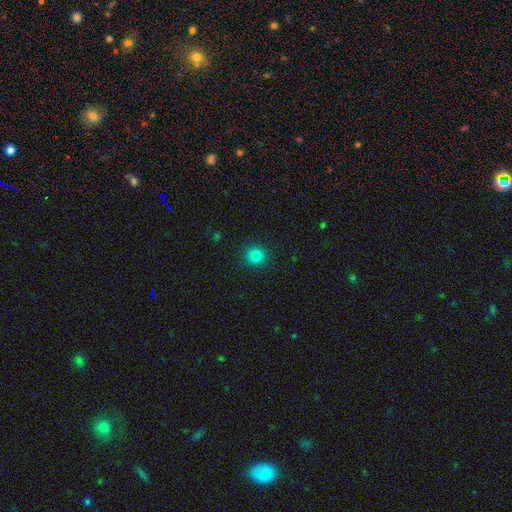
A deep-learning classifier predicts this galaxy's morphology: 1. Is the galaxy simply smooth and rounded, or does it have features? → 84% smooth, 12% star or artifact, 4% featured or disk.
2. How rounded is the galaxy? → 92% round, 7% in between, 1% cigar-shaped.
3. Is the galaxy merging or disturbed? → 91% none, 6% minor disturbance, 2% major disturbance, 1% merger.